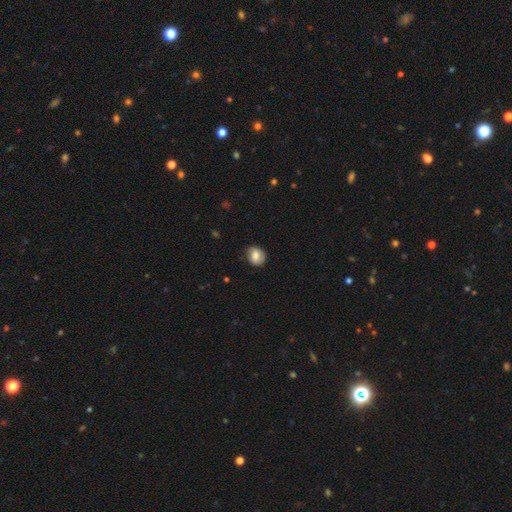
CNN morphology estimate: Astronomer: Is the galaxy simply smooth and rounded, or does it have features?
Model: smooth — 70%.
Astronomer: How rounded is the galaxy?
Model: round — 66%.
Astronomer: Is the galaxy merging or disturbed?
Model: none — 76%.